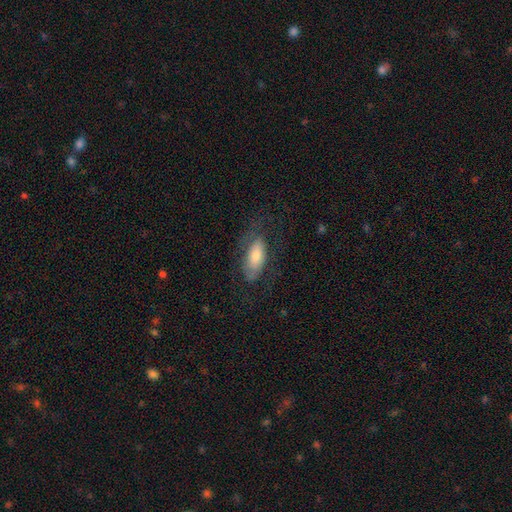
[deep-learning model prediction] Smooth or featured? smooth (45%)
Merging? none (70%)